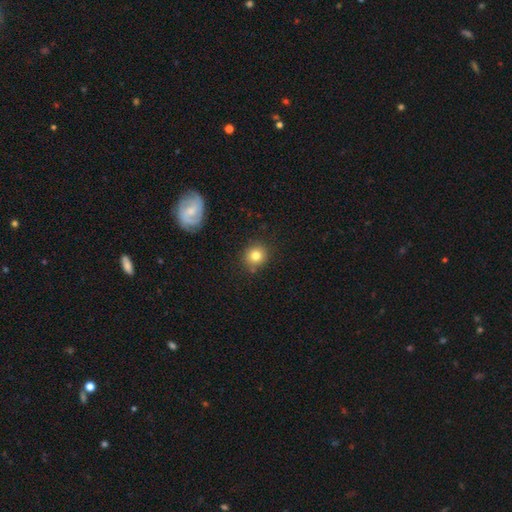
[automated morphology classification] type=smooth (80%); roundness=round (88%); merging=none (83%).